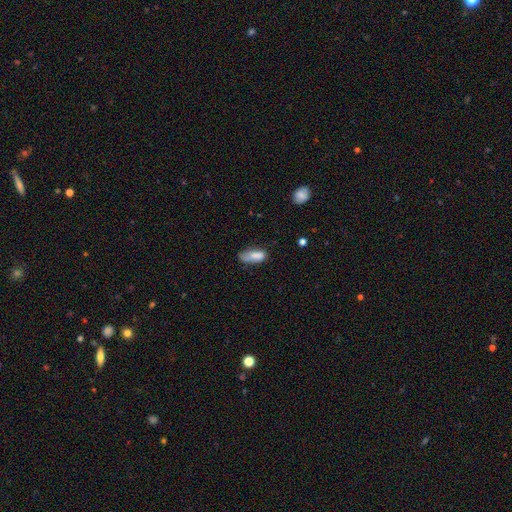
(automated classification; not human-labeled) Q: Smooth or featured?
A: smooth (76%); runner-up: featured or disk (15%)
Q: How rounded?
A: in between (76%); runner-up: cigar-shaped (21%)
Q: Merging?
A: none (40%); runner-up: minor disturbance (35%)